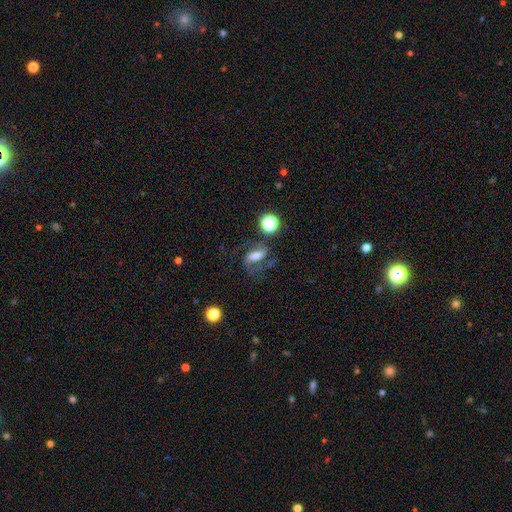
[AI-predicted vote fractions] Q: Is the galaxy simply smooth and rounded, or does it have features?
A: featured or disk — 59%.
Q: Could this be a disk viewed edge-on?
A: no — 94%.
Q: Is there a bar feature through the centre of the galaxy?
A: strong — 39%.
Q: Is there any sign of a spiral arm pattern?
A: yes — 88%.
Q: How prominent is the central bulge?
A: moderate — 41%.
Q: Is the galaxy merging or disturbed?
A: none — 52%.